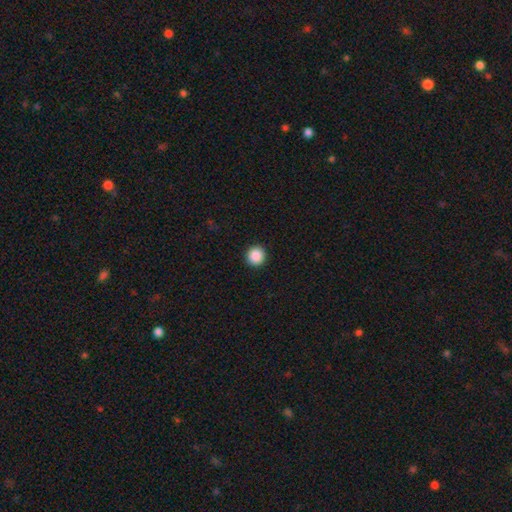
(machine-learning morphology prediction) Smooth or featured?
  - smooth: 89% *
  - star or artifact: 9%
  - featured or disk: 3%
How rounded?
  - round: 95% *
  - in between: 4%
  - cigar-shaped: 1%
Merging?
  - none: 93% *
  - minor disturbance: 4%
  - major disturbance: 2%
  - merger: 1%